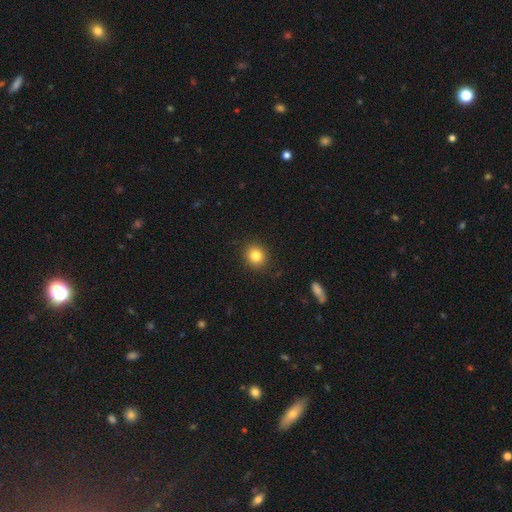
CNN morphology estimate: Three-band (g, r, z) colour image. It shows a smooth galaxy with no disk features (83%) that is round (83%). Merging: none (89%).